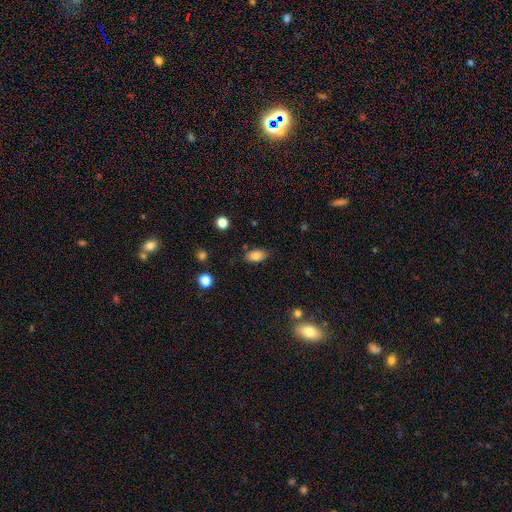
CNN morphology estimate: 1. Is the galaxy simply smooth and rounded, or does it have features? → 82% smooth, 9% star or artifact, 9% featured or disk.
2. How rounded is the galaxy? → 91% in between, 6% round, 4% cigar-shaped.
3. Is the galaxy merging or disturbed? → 81% none, 13% minor disturbance, 3% major disturbance, 2% merger.